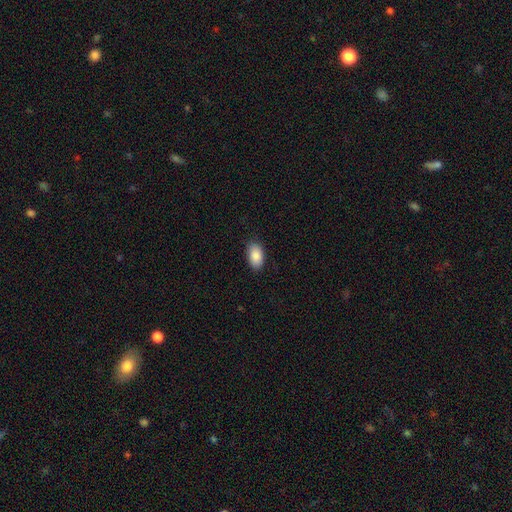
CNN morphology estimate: Smooth or featured?
  - smooth: 88% *
  - star or artifact: 7%
  - featured or disk: 5%
How rounded?
  - in between: 94% *
  - round: 4%
  - cigar-shaped: 2%
Merging?
  - none: 88% *
  - minor disturbance: 9%
  - major disturbance: 2%
  - merger: 1%